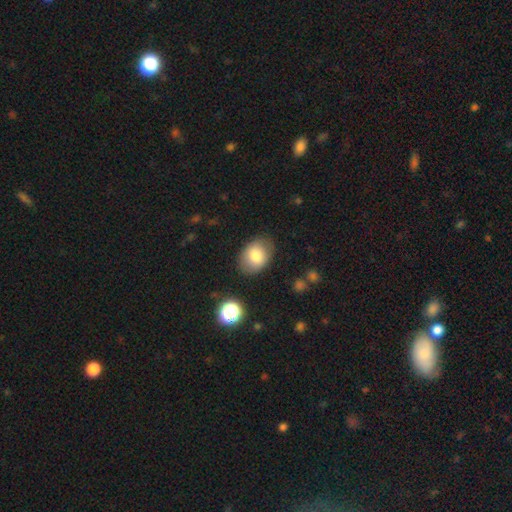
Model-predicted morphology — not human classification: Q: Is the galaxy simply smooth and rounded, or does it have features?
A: smooth — 80%.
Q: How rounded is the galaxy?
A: in between — 73%.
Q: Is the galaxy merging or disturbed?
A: none — 80%.